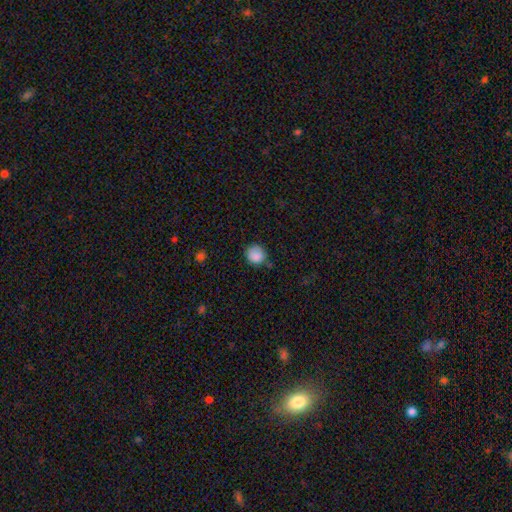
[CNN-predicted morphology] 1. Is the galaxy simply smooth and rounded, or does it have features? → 86% smooth, 9% star or artifact, 6% featured or disk.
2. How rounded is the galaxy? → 86% round, 13% in between, 1% cigar-shaped.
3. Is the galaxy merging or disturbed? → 70% none, 22% minor disturbance, 5% major disturbance, 3% merger.